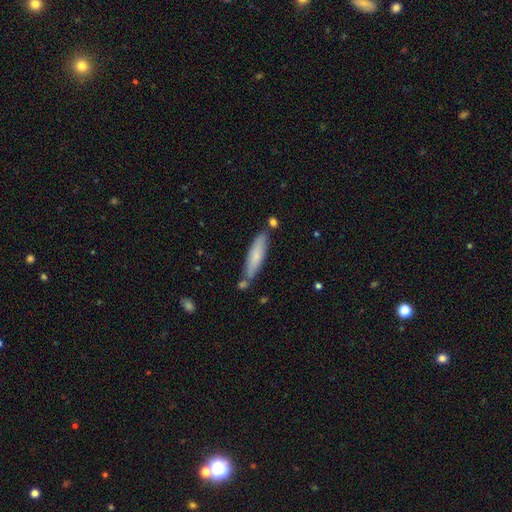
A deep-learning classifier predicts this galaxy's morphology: smooth 69%, featured or disk 25%, star or artifact 6%. Down the decision tree: how rounded — cigar-shaped (80%); merging — none (74%).